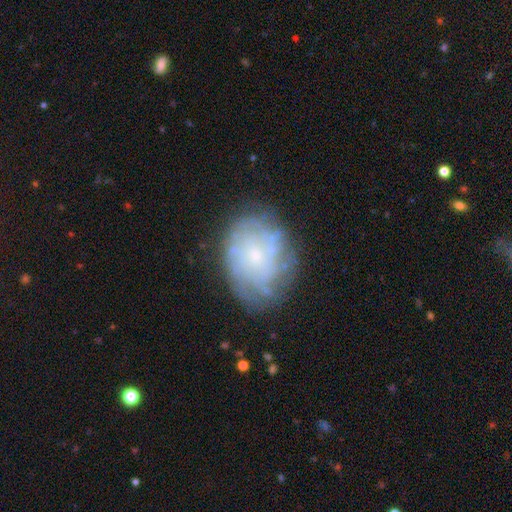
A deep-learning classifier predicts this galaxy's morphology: This appears to be a featured or disk galaxy (59%) with no bar (81%), spiral arms (61%) and a small central bulge (69%). Merging: none (69%).